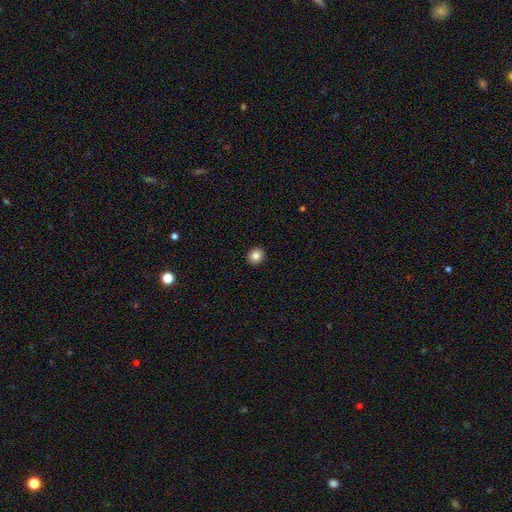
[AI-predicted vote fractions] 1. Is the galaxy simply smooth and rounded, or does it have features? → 84% smooth, 10% star or artifact, 5% featured or disk.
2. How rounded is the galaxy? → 87% round, 12% in between, 1% cigar-shaped.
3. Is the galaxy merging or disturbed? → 93% none, 4% minor disturbance, 1% major disturbance, 1% merger.